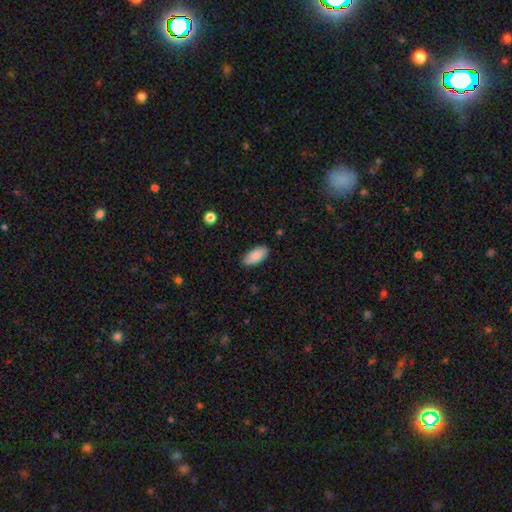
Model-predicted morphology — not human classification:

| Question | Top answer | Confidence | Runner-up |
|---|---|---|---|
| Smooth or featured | smooth | 87% | featured or disk (7%) |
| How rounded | in between | 92% | cigar-shaped (6%) |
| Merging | none | 86% | minor disturbance (10%) |